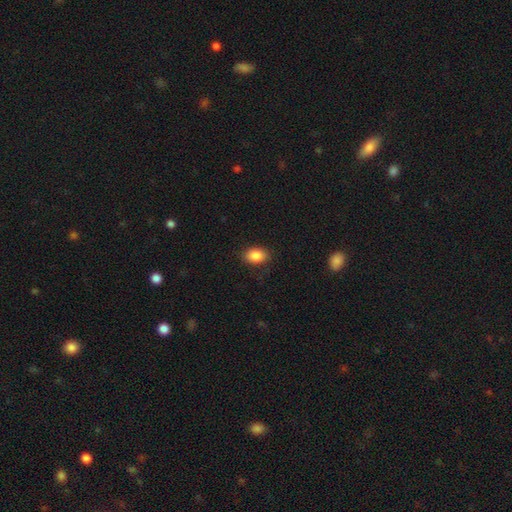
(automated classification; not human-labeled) Smooth or featured?
  - smooth: 87% *
  - star or artifact: 8%
  - featured or disk: 5%
How rounded?
  - in between: 83% *
  - round: 16%
  - cigar-shaped: 1%
Merging?
  - none: 87% *
  - minor disturbance: 9%
  - major disturbance: 3%
  - merger: 1%